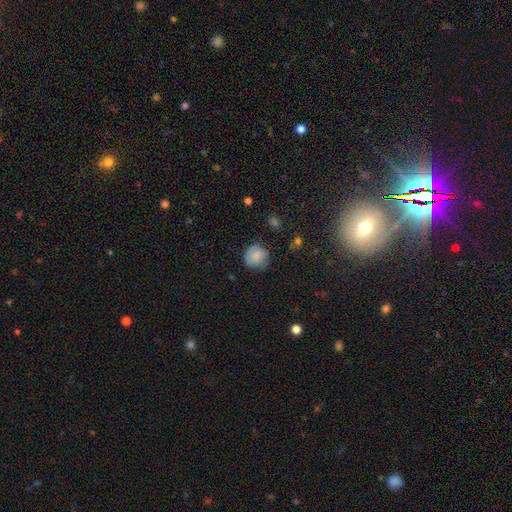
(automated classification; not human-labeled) This appears to be a smooth galaxy with no disk features (79%) that is round (86%). Merging: none (71%).